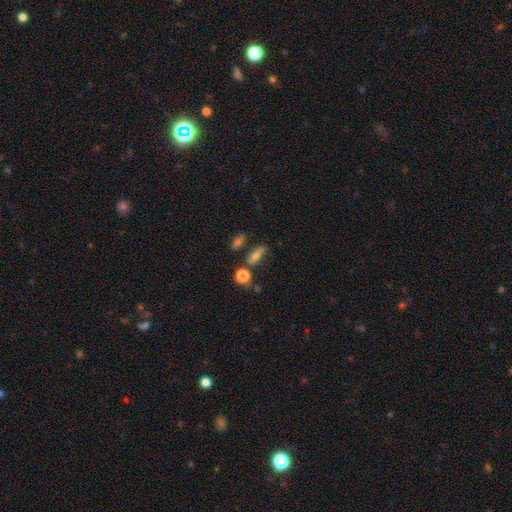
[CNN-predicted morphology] This is likely a smooth galaxy (62%). How rounded: possibly in between (59%). Merging: possibly none (58%).